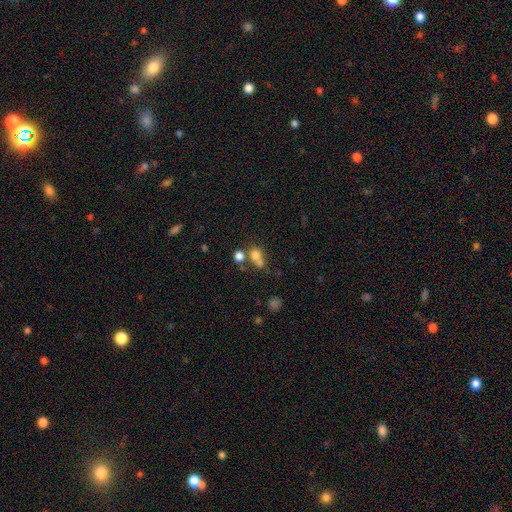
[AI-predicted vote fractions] Overall: smooth (72%). How rounded: round (63%; in between 35%). Merging: merger (46%; none 36%).